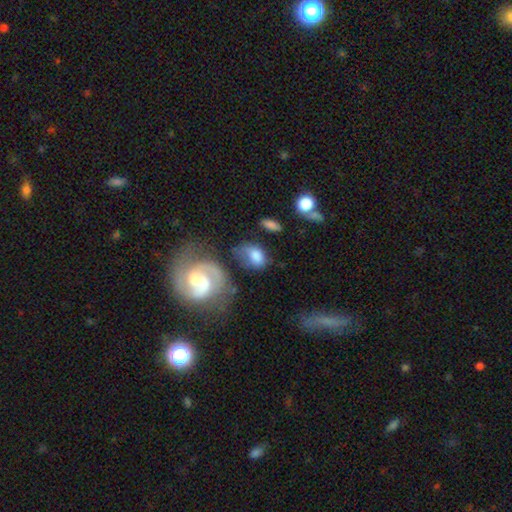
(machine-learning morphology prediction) Smooth or featured? smooth (66%)
How rounded? in between (80%)
Merging? none (40%)